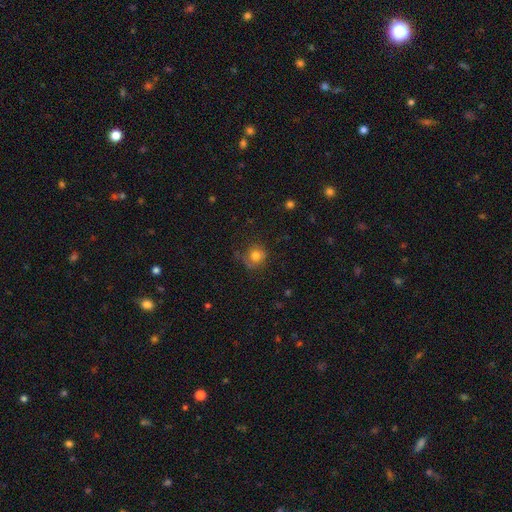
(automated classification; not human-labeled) The model was most divided on "merging": none: 63%, minor disturbance: 22%, major disturbance: 13%, merger: 2%. More confident: how rounded — round (85%); smooth or featured — smooth (75%).